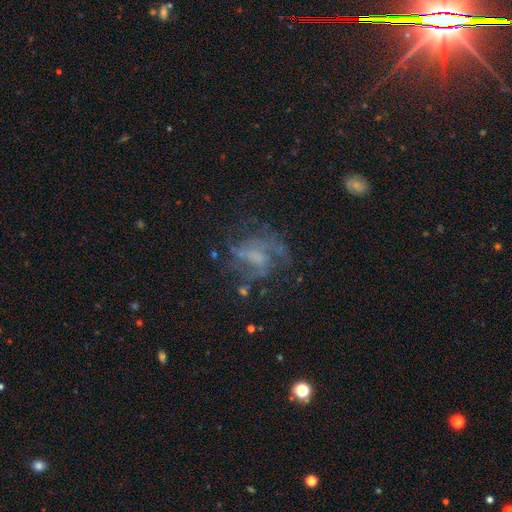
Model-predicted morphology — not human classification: type=featured or disk (66%); edge-on=no (97%); bar=no (55%); spiral arms=yes (71%); bulge=none (39%); merging=none (52%).